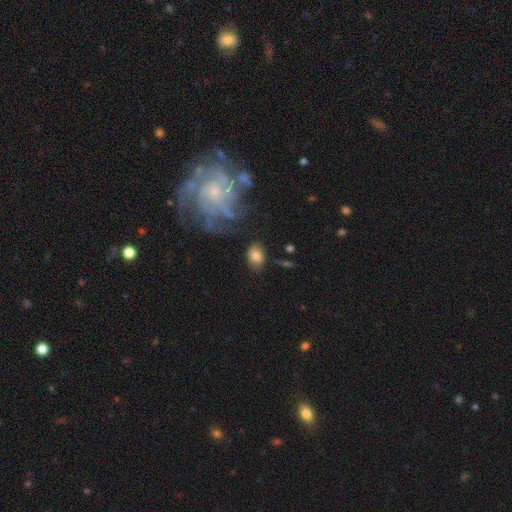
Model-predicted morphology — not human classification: Smooth or featured? smooth (74%)
How rounded? in between (65%)
Merging? none (75%)